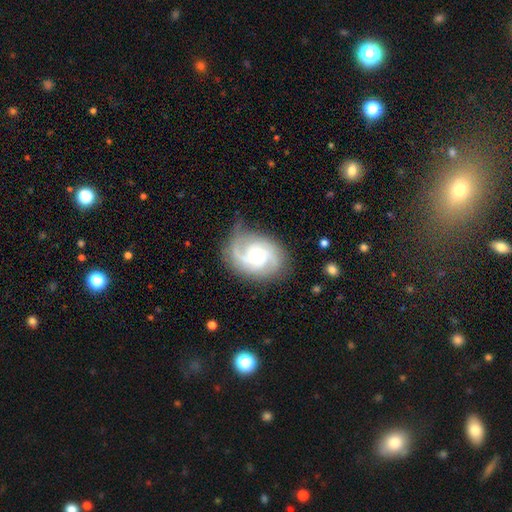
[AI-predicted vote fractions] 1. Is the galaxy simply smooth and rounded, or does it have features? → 86% featured or disk, 9% smooth, 5% star or artifact.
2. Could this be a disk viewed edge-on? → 98% no, 2% yes.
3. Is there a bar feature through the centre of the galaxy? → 59% no, 35% weak, 6% strong.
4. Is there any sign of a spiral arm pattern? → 97% yes, 3% no.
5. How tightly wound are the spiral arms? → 46% medium, 40% tight, 13% loose.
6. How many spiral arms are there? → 55% 2, 22% 3, 12% can't tell, 4% 1, 4% 4, 3% more than 4.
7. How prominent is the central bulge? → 50% small, 44% moderate, 4% large, 1% none, 1% dominant.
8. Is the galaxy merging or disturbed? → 73% none, 18% minor disturbance, 8% major disturbance, 1% merger.